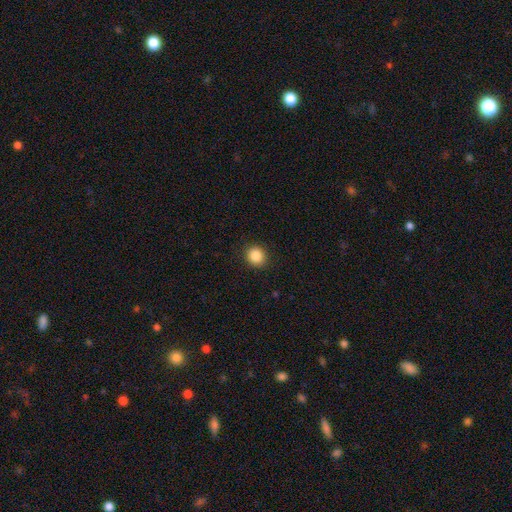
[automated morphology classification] Overall: smooth (87%). How rounded: round (86%). Merging: none (91%).